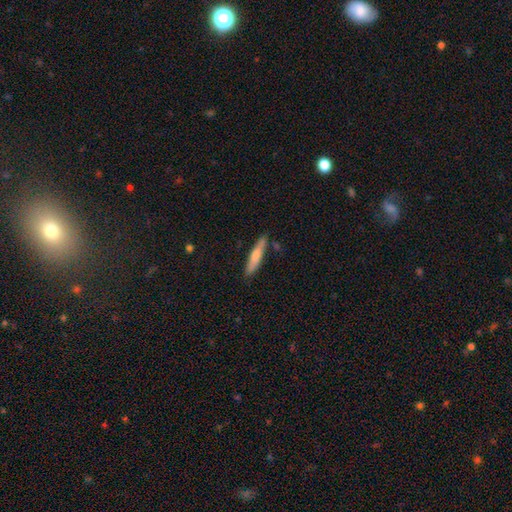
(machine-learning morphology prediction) Smooth or featured: smooth — 68% (featured or disk — 27%)
How rounded: cigar-shaped — 88% (in between — 10%)
Merging: none — 79% (minor disturbance — 14%)